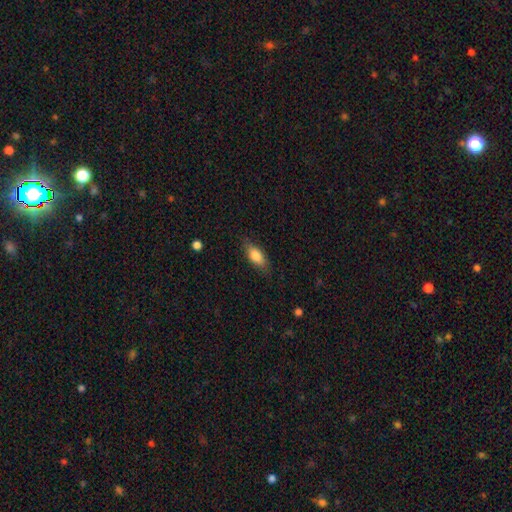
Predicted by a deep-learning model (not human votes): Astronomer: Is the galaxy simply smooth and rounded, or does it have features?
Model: smooth — 78%.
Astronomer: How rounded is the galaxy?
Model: in between — 76%.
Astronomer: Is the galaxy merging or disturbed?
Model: none — 81%.